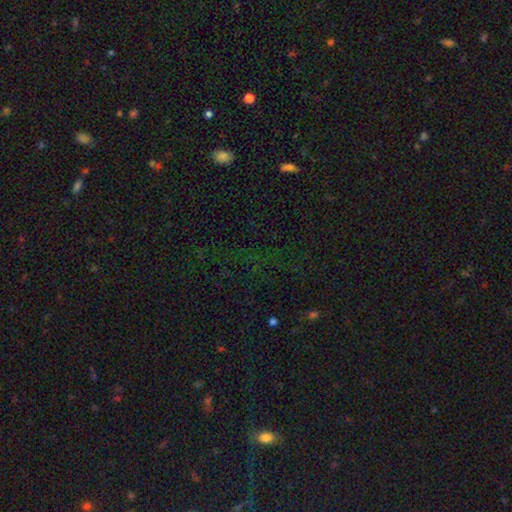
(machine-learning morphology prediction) Q: Smooth or featured?
A: star or artifact (77%); runner-up: smooth (15%)